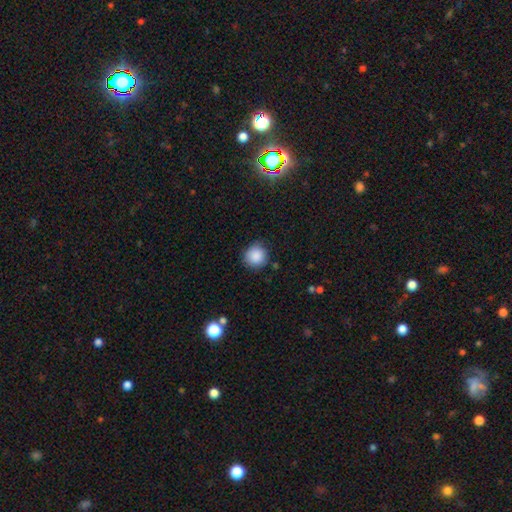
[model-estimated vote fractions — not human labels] A smooth galaxy with no disk features (88%) that is round (93%).

Vote fractions:
- Smooth or featured? smooth: 88% / star or artifact: 9% / featured or disk: 4%
- How rounded? round: 93% / in between: 7% / cigar-shaped: 1%
- Merging? none: 81% / minor disturbance: 14% / major disturbance: 3% / merger: 2%